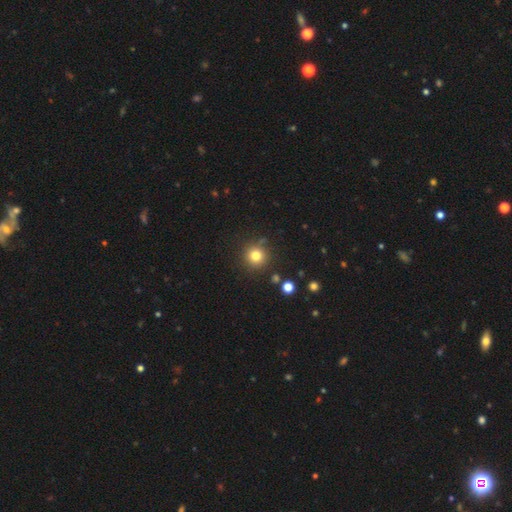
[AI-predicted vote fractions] This appears to be a smooth galaxy with no disk features (79%) that is round (94%). Merging: none (84%).